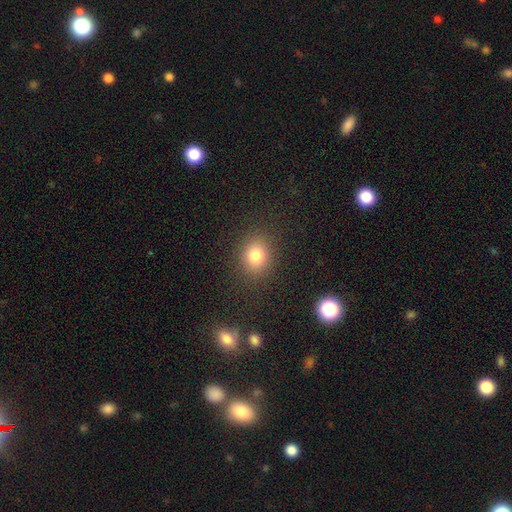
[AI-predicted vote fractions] smooth_or_featured: smooth (p=0.79) [alt: star or artifact p=0.13]
how_rounded: round (p=0.64) [alt: in between p=0.35]
merging: none (p=0.87) [alt: minor disturbance p=0.08]